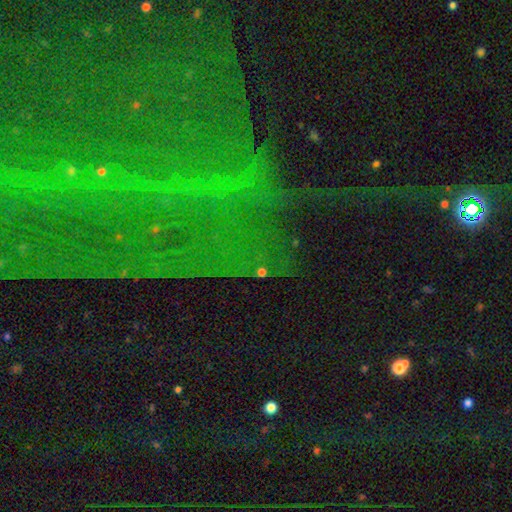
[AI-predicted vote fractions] Smooth or featured: star or artifact — 81% (featured or disk — 10%)